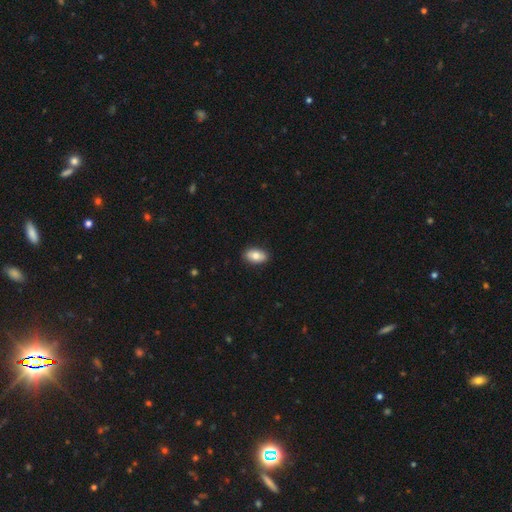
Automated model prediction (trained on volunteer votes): A smooth galaxy with no disk features (79%) that is in between round and cigar-shaped (91%).

Vote fractions:
- Smooth or featured? smooth: 79% / featured or disk: 15% / star or artifact: 7%
- How rounded? in between: 91% / round: 7% / cigar-shaped: 2%
- Merging? none: 89% / minor disturbance: 9% / major disturbance: 2% / merger: 1%